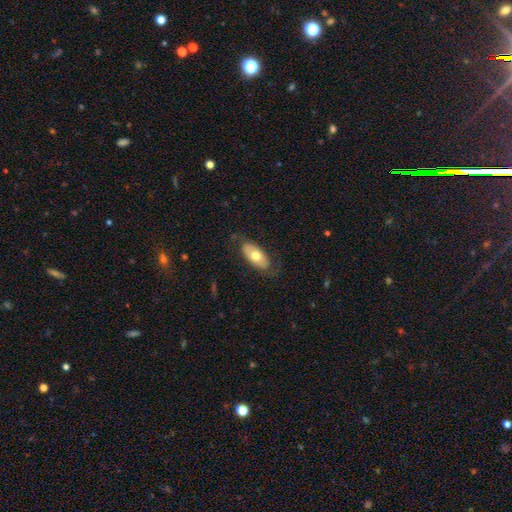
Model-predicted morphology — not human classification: smooth-or-featured: smooth: 63% | featured or disk: 31% | star or artifact: 6%
  how-rounded: in between: 91% | cigar-shaped: 6% | round: 3%
  merging: none: 77% | minor disturbance: 16% | major disturbance: 6% | merger: 1%